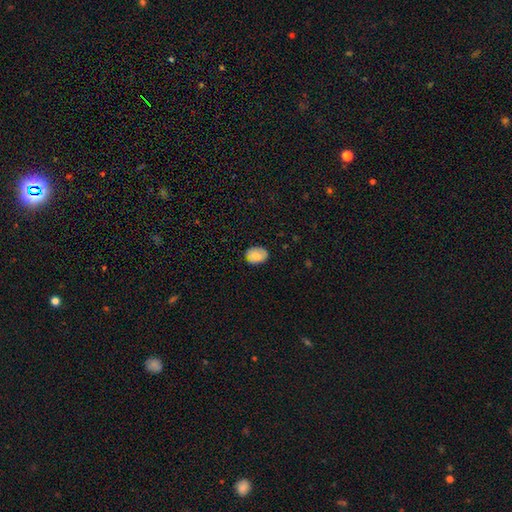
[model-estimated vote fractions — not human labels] This is likely a smooth galaxy (72%). How rounded: likely in between (64%). Merging: likely none (80%).